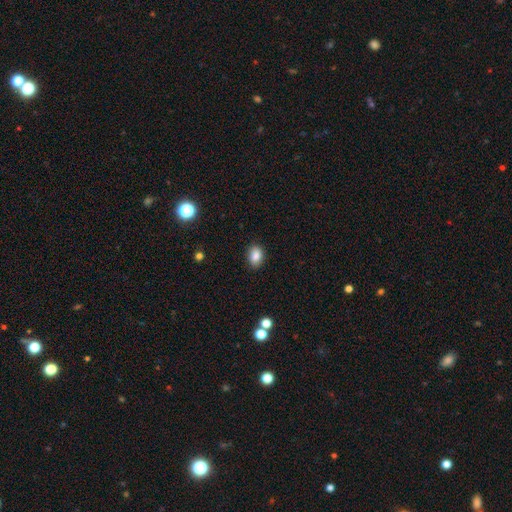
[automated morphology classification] A smooth galaxy with no disk features (86%) that is in between round and cigar-shaped (77%). Merging: none (86%).